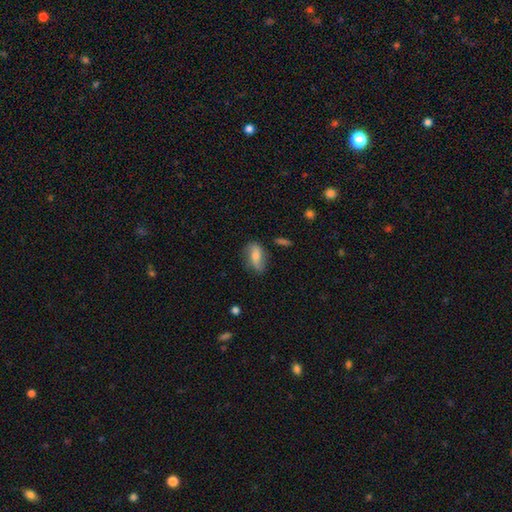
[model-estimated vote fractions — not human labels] smooth_or_featured: smooth (p=0.65) [alt: featured or disk p=0.27]
how_rounded: in between (p=0.83) [alt: cigar-shaped p=0.11]
merging: none (p=0.66) [alt: minor disturbance p=0.24]